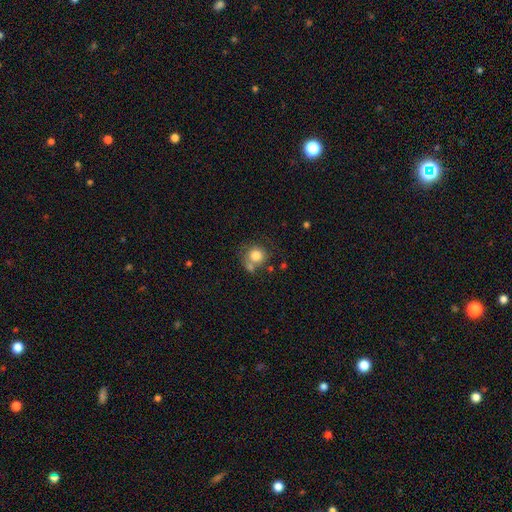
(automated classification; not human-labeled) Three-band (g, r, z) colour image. It shows a smooth galaxy with no disk features (80%) that is round (86%). Merging: none (51%).